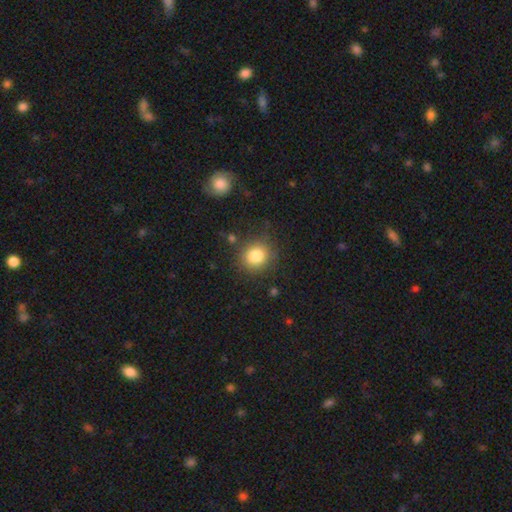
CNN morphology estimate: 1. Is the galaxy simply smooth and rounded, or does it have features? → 83% smooth, 10% star or artifact, 7% featured or disk.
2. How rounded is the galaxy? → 85% round, 14% in between, 1% cigar-shaped.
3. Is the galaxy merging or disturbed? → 84% none, 10% minor disturbance, 4% major disturbance, 3% merger.